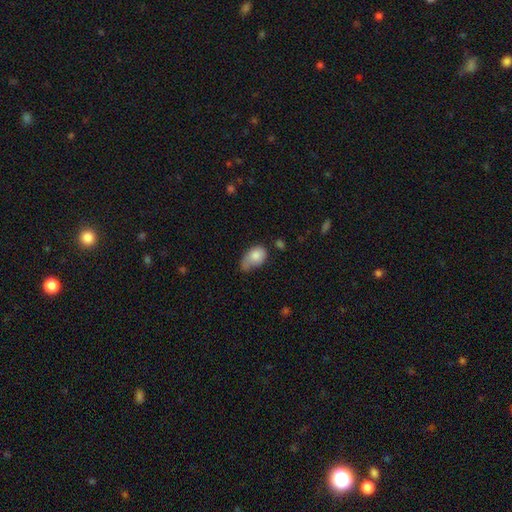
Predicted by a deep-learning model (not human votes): Smooth or featured? smooth (80%)
How rounded? in between (85%)
Merging? minor disturbance (43%)